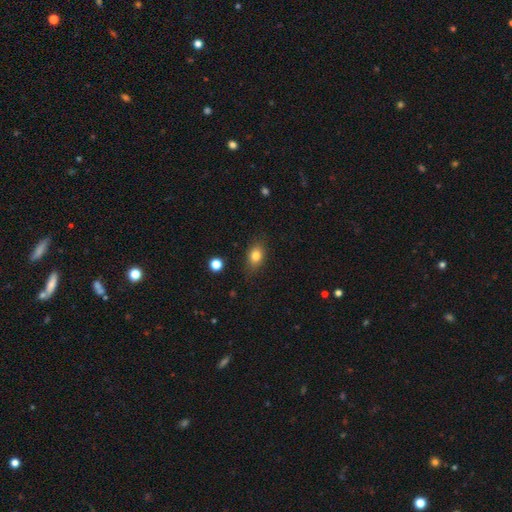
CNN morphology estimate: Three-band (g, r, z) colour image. It shows a smooth galaxy with no disk features (80%) that is in between round and cigar-shaped (75%). Merging: none (80%).